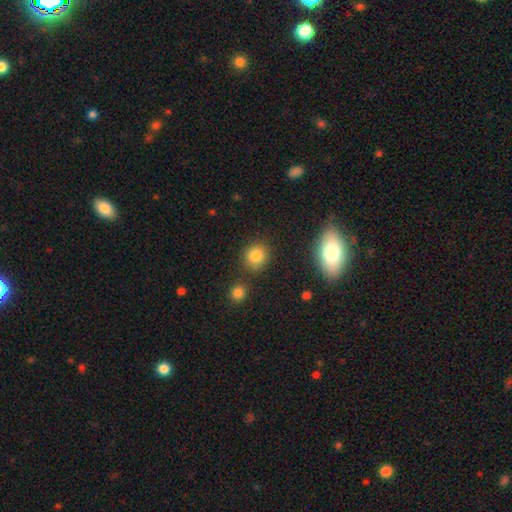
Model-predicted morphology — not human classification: A smooth galaxy with no disk features (82%) that is round (84%).

Vote fractions:
- Smooth or featured? smooth: 82% / star or artifact: 12% / featured or disk: 6%
- How rounded? round: 84% / in between: 15% / cigar-shaped: 1%
- Merging? none: 82% / minor disturbance: 10% / merger: 6% / major disturbance: 3%